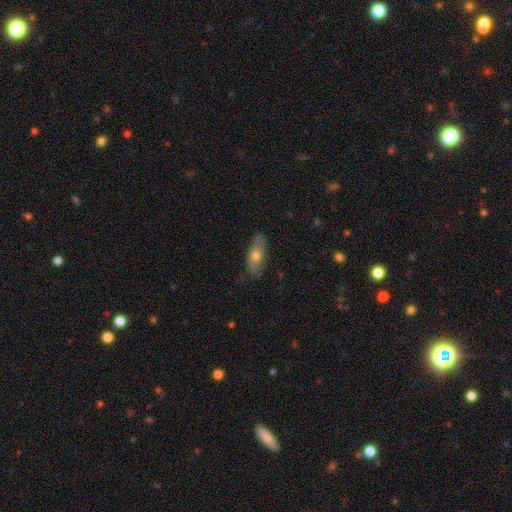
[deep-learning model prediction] A smooth galaxy with no disk features (59%) that is in between round and cigar-shaped (79%).

Vote fractions:
- Smooth or featured? smooth: 59% / featured or disk: 34% / star or artifact: 7%
- How rounded? in between: 79% / cigar-shaped: 17% / round: 4%
- Merging? none: 78% / minor disturbance: 17% / major disturbance: 3% / merger: 1%